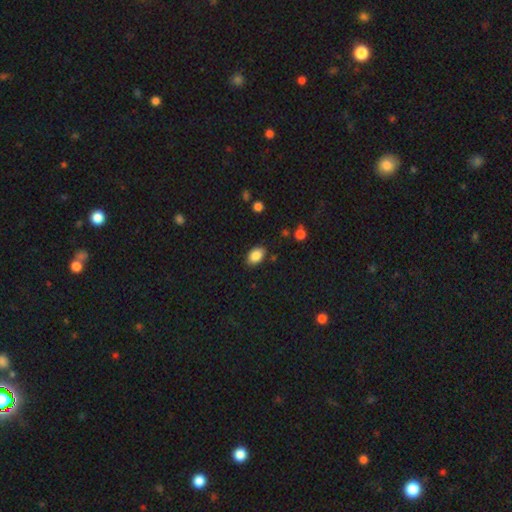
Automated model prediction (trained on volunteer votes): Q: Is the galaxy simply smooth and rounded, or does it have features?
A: smooth — 86%.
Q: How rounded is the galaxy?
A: in between — 88%.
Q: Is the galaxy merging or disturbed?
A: none — 84%.